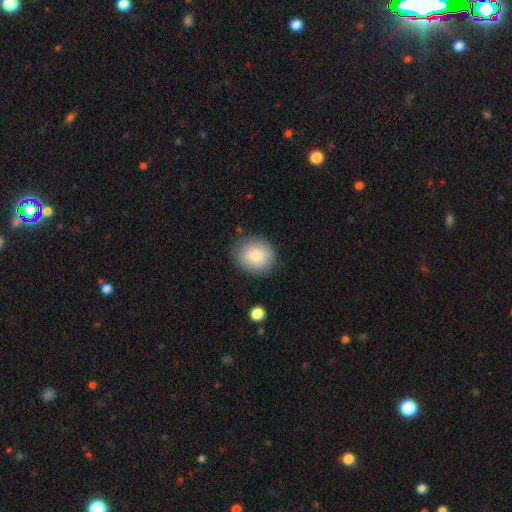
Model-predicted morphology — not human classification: Overall: smooth (84%). How rounded: round (81%). Merging: none (82%).